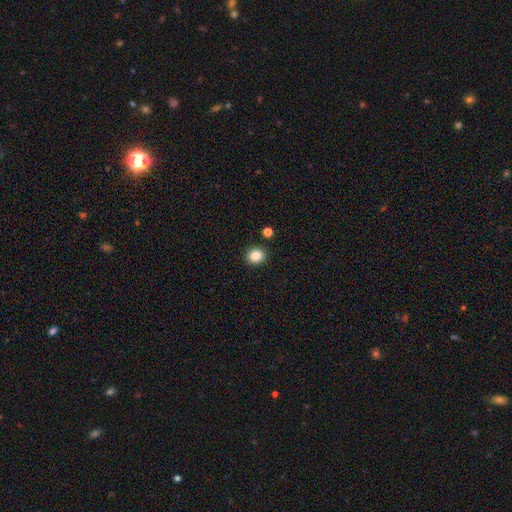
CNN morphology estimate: This is clearly a smooth galaxy (85%). How rounded: likely round (79%). Merging: clearly none (90%).